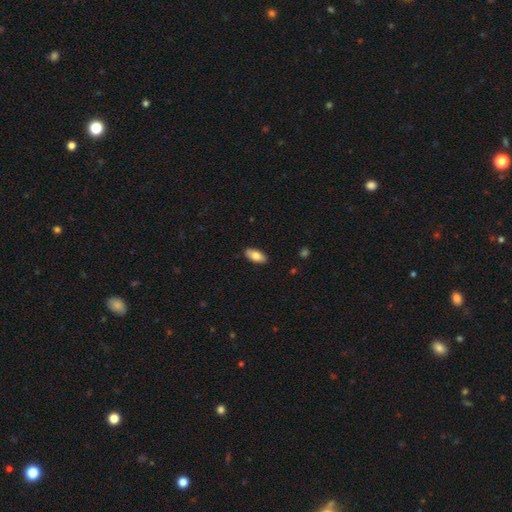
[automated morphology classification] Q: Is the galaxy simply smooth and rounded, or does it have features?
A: smooth — 81%.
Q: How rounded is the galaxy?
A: in between — 91%.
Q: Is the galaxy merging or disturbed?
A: none — 88%.